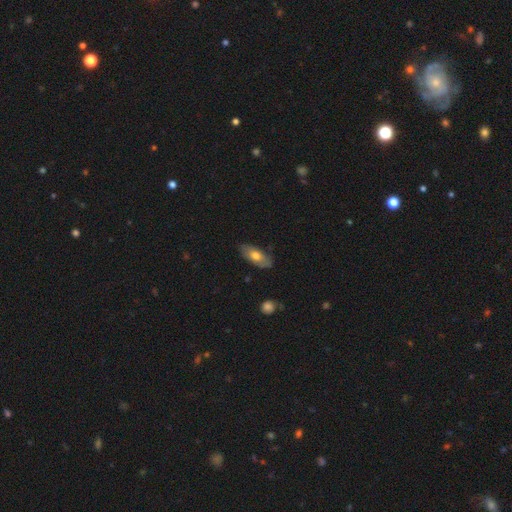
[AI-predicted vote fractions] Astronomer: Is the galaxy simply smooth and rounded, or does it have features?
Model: smooth — 62%.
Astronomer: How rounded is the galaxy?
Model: in between — 84%.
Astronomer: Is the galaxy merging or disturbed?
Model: none — 78%.